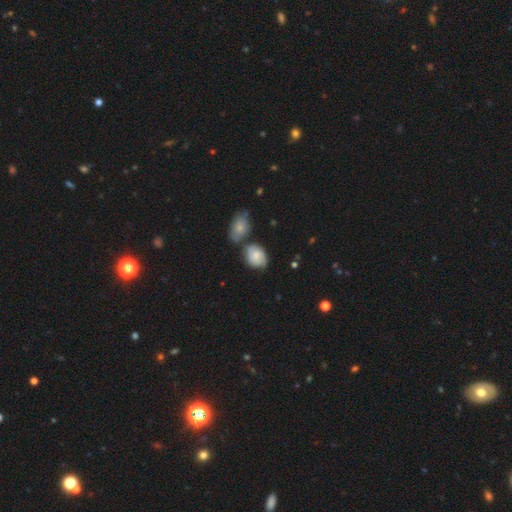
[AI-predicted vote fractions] Overall: smooth (57%; featured or disk 36%). How rounded: in between (63%; round 36%). Merging: none (50%; merger 23%).